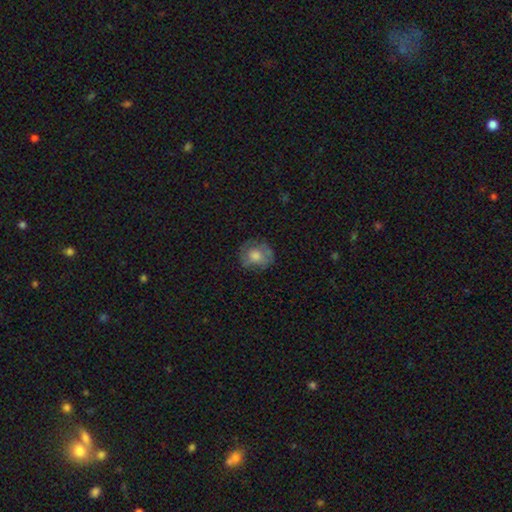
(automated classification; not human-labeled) smooth 56%, featured or disk 35%, star or artifact 10%. Down the decision tree: how rounded — round (75%); merging — none (70%).